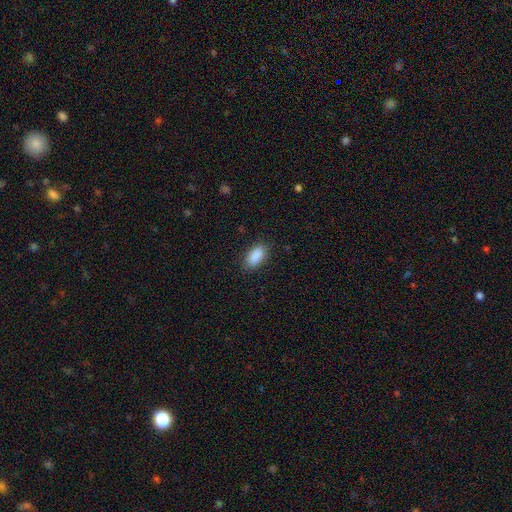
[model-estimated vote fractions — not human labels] Q: Smooth or featured?
A: smooth (90%); runner-up: star or artifact (7%)
Q: How rounded?
A: in between (91%); runner-up: cigar-shaped (5%)
Q: Merging?
A: none (85%); runner-up: minor disturbance (11%)